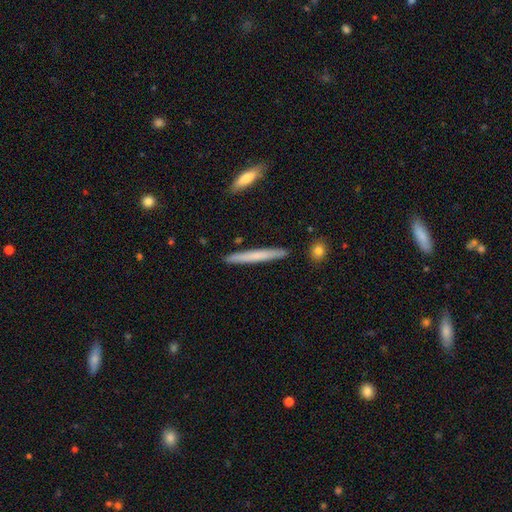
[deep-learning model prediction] Smooth or featured?
  - smooth: 63% *
  - featured or disk: 31%
  - star or artifact: 6%
How rounded?
  - cigar-shaped: 96% *
  - in between: 2%
  - round: 1%
Merging?
  - none: 91% *
  - minor disturbance: 6%
  - merger: 2%
  - major disturbance: 1%